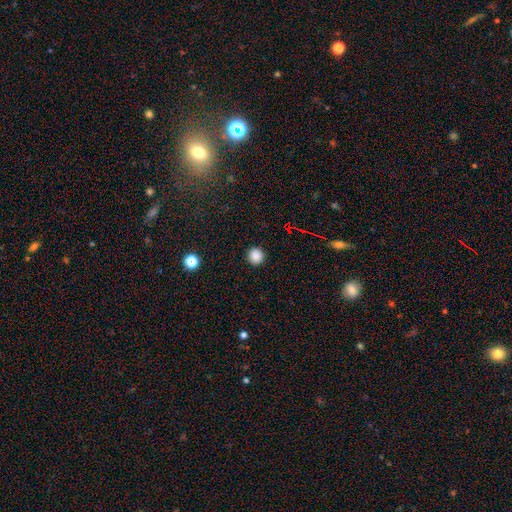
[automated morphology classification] smooth_or_featured: smooth (p=0.85) [alt: star or artifact p=0.12]
how_rounded: round (p=0.96) [alt: in between p=0.03]
merging: none (p=0.93) [alt: minor disturbance p=0.05]